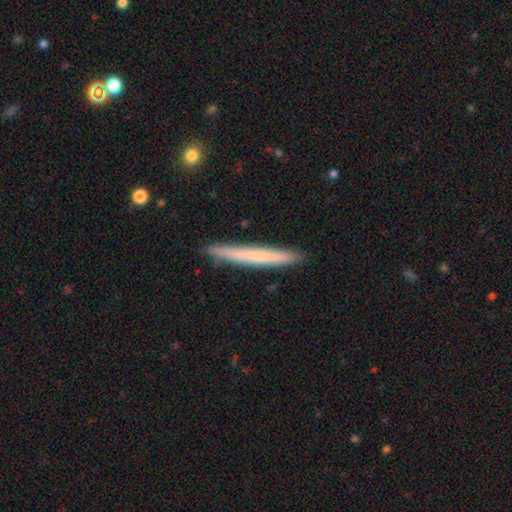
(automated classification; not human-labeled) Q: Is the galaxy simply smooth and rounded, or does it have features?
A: smooth — 61%.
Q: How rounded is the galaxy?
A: cigar-shaped — 97%.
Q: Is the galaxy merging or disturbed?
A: none — 91%.